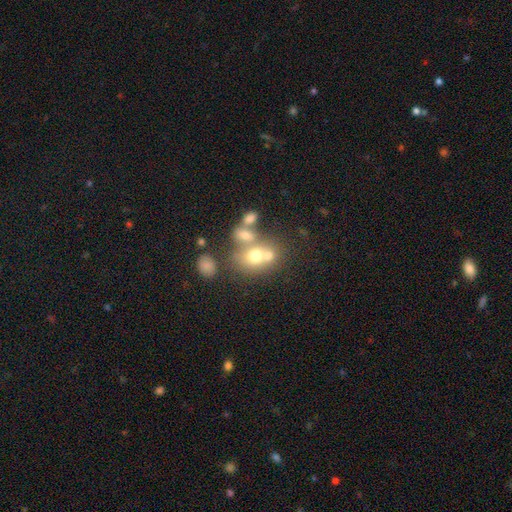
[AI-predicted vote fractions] A smooth galaxy with no disk features (61%) that is round (59%). Merging: merger (51%).